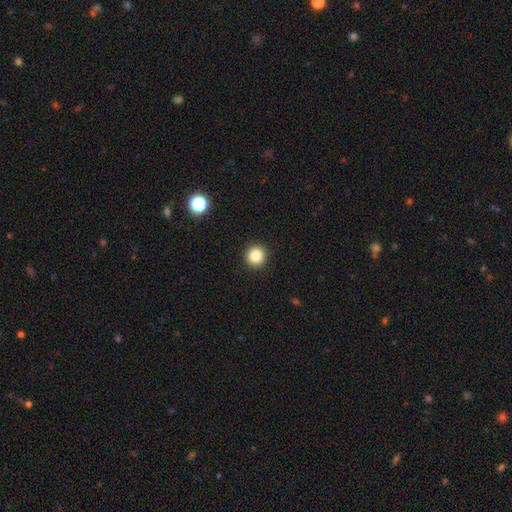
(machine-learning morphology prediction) A smooth galaxy with no disk features (84%) that is round (95%). Merging: none (93%).